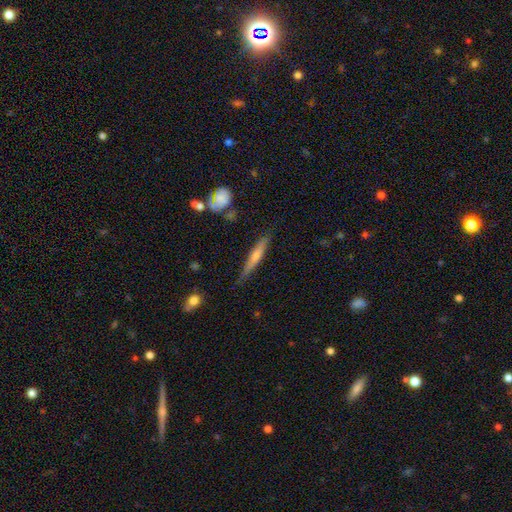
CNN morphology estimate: This is possibly a featured or disk galaxy (58%). It is clearly viewed edge-on (94%). Edge-on bulge: likely rounded (70%). Merging: likely none (78%).